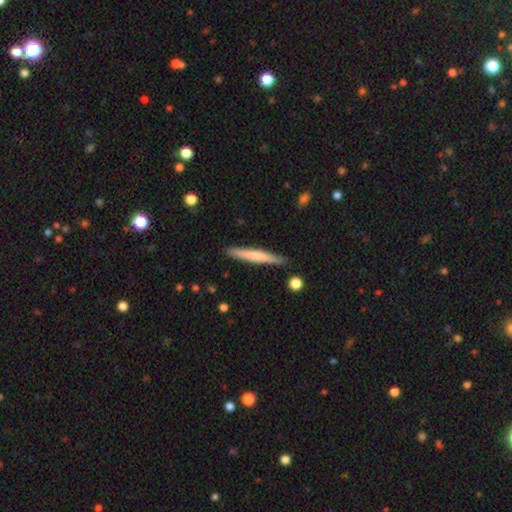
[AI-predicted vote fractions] Overall: smooth (62%; featured or disk 32%). How rounded: cigar-shaped (96%). Merging: none (89%).